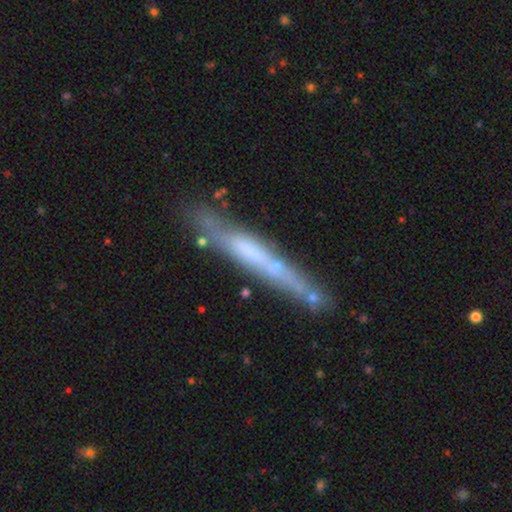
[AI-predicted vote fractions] featured or disk 61%, smooth 32%, star or artifact 7%. Down the decision tree: edge-on disk — yes (86%); edge-on bulge — none (69%); merging — none (72%).